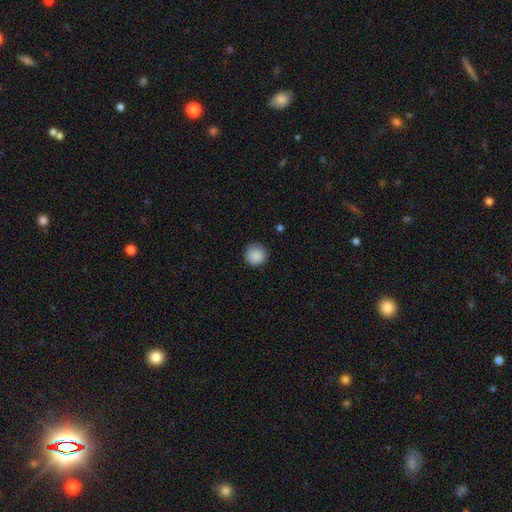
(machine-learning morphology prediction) smooth-or-featured: smooth: 89% | star or artifact: 8% | featured or disk: 3%
  how-rounded: round: 95% | in between: 4% | cigar-shaped: 1%
  merging: none: 89% | minor disturbance: 8% | major disturbance: 2% | merger: 1%